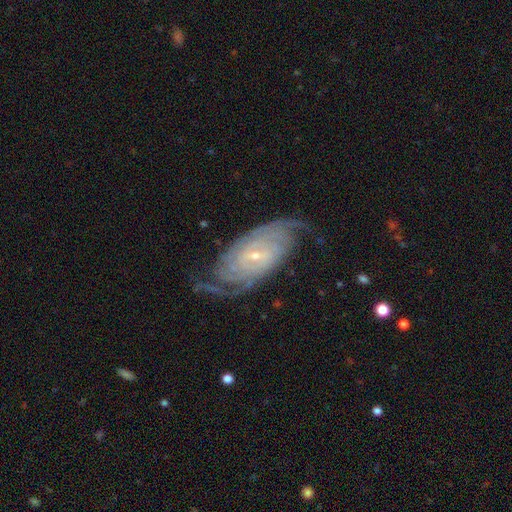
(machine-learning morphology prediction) Smooth or featured? featured or disk (88%)
Edge-on disk? no (94%)
Bar? weak (45%)
Spiral arms? yes (97%)
Spiral winding? tight (68%)
Spiral arm count? 2 (30%)
Bulge size? small (78%)
Merging? none (72%)